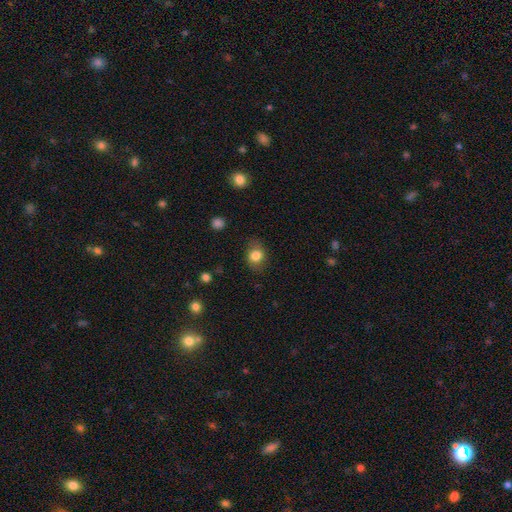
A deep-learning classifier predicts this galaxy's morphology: This appears to be a smooth galaxy with no disk features (82%) that is round (54%). Merging: none (77%).